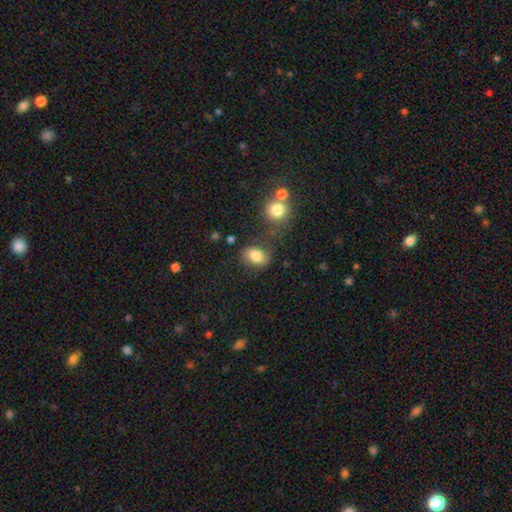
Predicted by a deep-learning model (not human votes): A smooth galaxy with no disk features (81%) that is in between round and cigar-shaped (67%). Merging: none (63%).